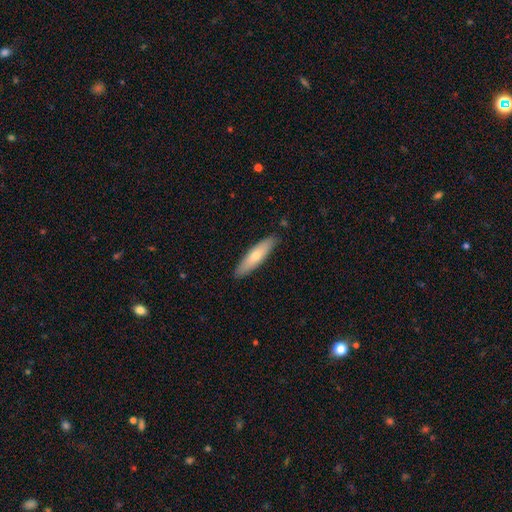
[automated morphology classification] Smooth or featured: smooth — 67% (featured or disk — 28%)
How rounded: cigar-shaped — 72% (in between — 27%)
Merging: none — 88% (minor disturbance — 9%)